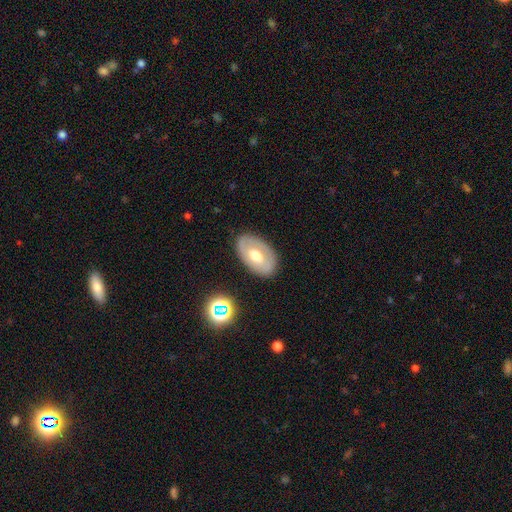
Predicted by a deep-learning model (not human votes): Smooth or featured?
  - featured or disk: 53% *
  - smooth: 40%
  - star or artifact: 8%
Edge-on disk?
  - no: 90% *
  - yes: 10%
Merging?
  - none: 83% *
  - minor disturbance: 12%
  - major disturbance: 4%
  - merger: 2%